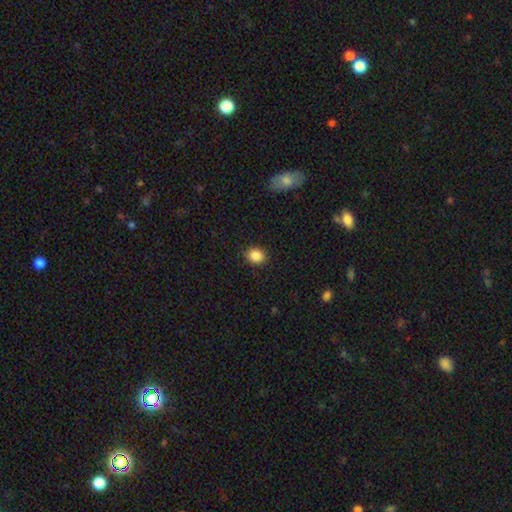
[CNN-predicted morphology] Smooth or featured: smooth — 86% (star or artifact — 10%)
How rounded: round — 65% (in between — 34%)
Merging: none — 91% (minor disturbance — 6%)